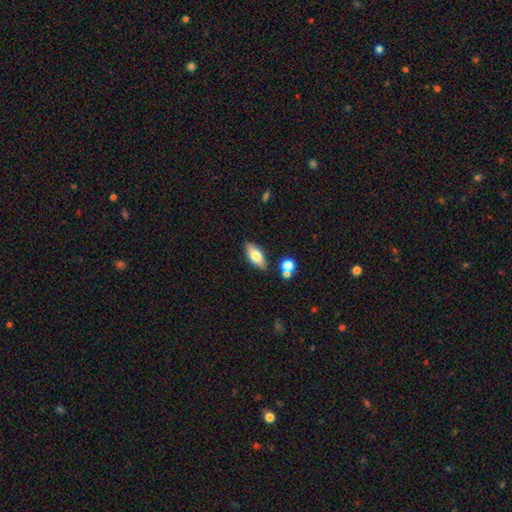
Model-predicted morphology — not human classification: type=smooth (71%); roundness=in between (81%); merging=none (81%).